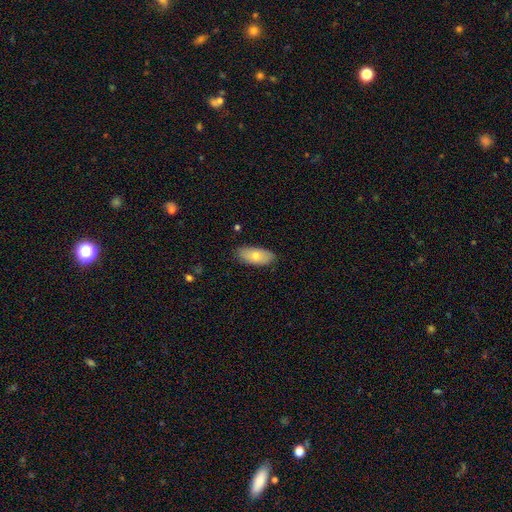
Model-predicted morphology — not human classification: smooth-or-featured: smooth: 70% | featured or disk: 23% | star or artifact: 7%
  how-rounded: in between: 90% | cigar-shaped: 7% | round: 3%
  merging: none: 83% | minor disturbance: 13% | major disturbance: 2% | merger: 1%